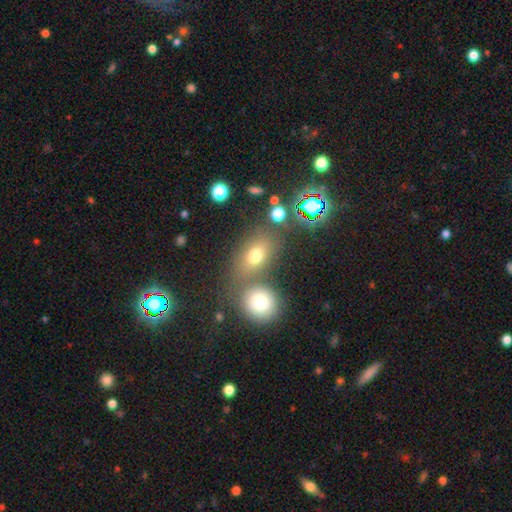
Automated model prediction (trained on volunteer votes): smooth_or_featured: smooth (p=0.71) [alt: star or artifact p=0.16]
how_rounded: in between (p=0.63) [alt: round p=0.34]
merging: none (p=0.56) [alt: merger p=0.28]